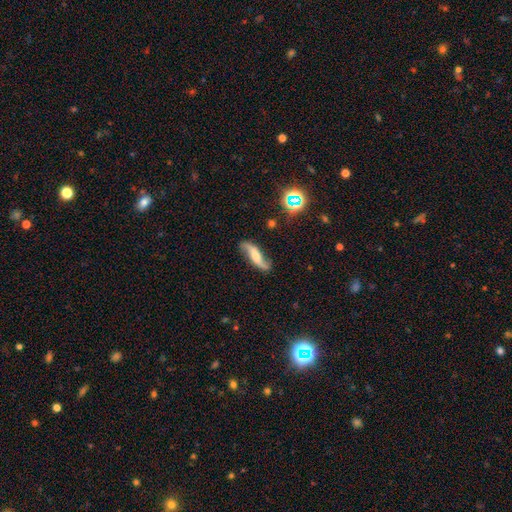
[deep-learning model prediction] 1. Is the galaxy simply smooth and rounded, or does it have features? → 75% featured or disk, 17% smooth, 8% star or artifact.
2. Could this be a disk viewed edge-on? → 85% no, 15% yes.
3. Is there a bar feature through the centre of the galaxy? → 45% no, 32% weak, 22% strong.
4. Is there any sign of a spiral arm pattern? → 95% yes, 5% no.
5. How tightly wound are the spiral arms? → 82% loose, 13% medium, 4% tight.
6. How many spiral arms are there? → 93% 2, 2% can't tell, 2% 1, 1% 3, 1% 4, 1% more than 4.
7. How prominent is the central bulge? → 37% moderate, 29% small, 19% none, 11% large, 3% dominant.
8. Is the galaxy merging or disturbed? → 78% none, 15% minor disturbance, 5% major disturbance, 2% merger.